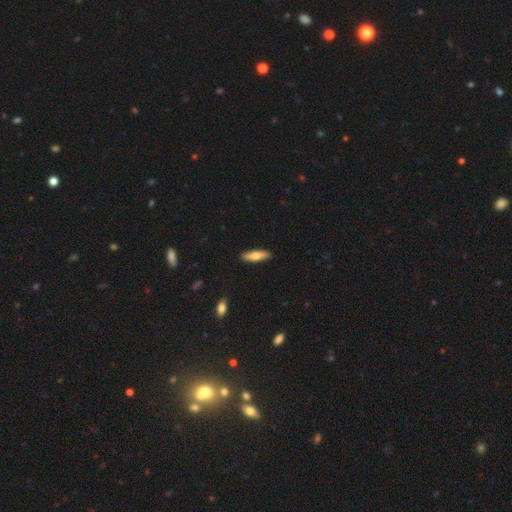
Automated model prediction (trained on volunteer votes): The model was most divided on "how rounded": cigar-shaped: 62%, in between: 36%, round: 2%. More confident: merging — none (90%); smooth or featured — smooth (70%).